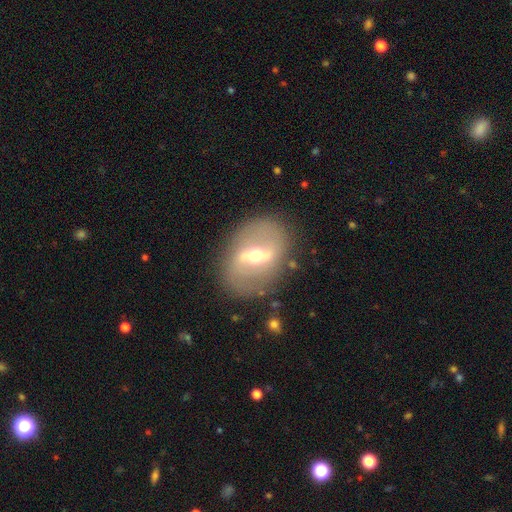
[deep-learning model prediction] featured or disk 75%, smooth 17%, star or artifact 8%. Down the decision tree: edge-on disk — no (93%); bar — strong (49%); spiral arms — yes (60%); bulge size — moderate (59%); merging — none (82%).